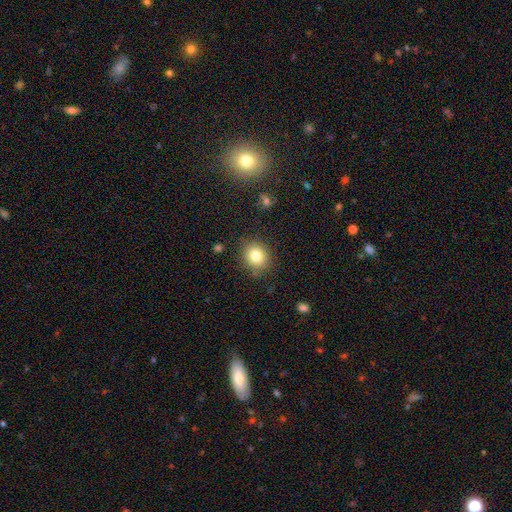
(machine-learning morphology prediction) A smooth galaxy with no disk features (82%) that is round (75%).

Vote fractions:
- Smooth or featured? smooth: 82% / star or artifact: 11% / featured or disk: 8%
- How rounded? round: 75% / in between: 24% / cigar-shaped: 1%
- Merging? none: 85% / minor disturbance: 10% / major disturbance: 3% / merger: 2%